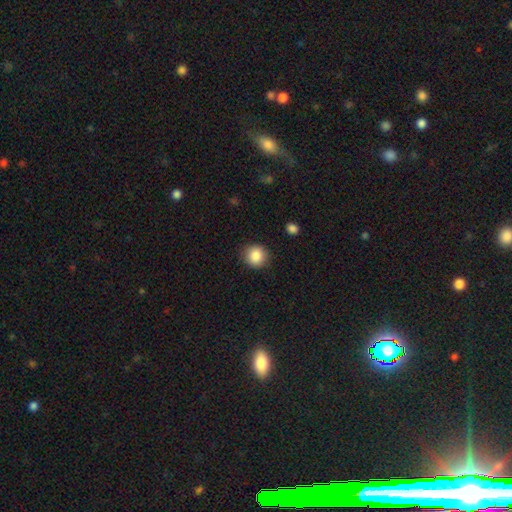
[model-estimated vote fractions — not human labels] Morphology: type=smooth (86%); roundness=round (91%); merging=none (88%).